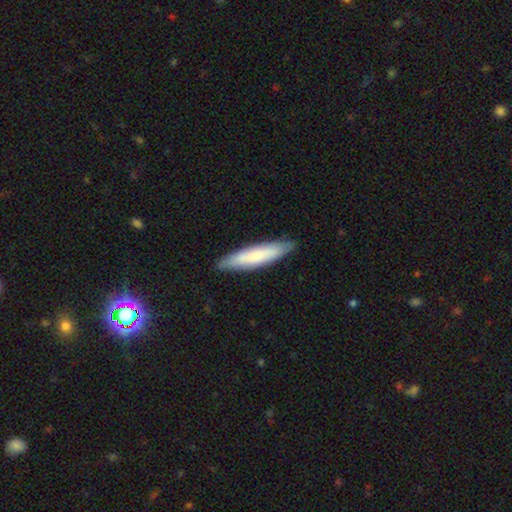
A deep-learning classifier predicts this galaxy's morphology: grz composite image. It shows a smooth galaxy with no disk features (64%) that is cigar-shaped (86%). Merging: none (88%).